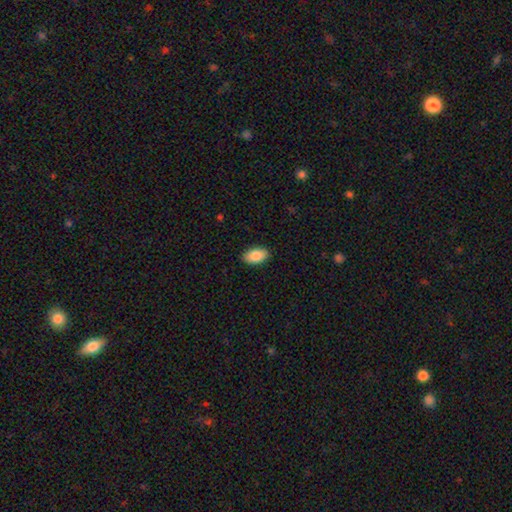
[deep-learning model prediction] smooth_or_featured: smooth (p=0.88) [alt: star or artifact p=0.07]
how_rounded: in between (p=0.94) [alt: round p=0.04]
merging: none (p=0.89) [alt: minor disturbance p=0.08]